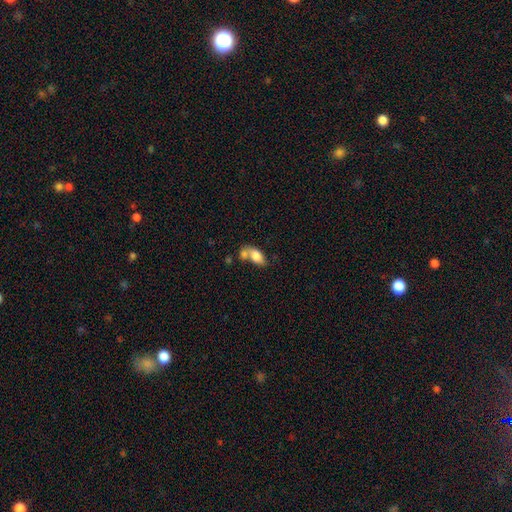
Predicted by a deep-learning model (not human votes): Smooth or featured? Predicted: smooth (p=0.79). How rounded? Predicted: in between (p=0.89). Merging? Predicted: merger (p=0.49).